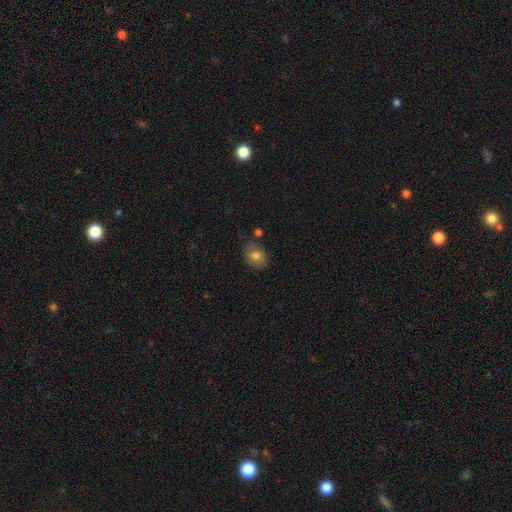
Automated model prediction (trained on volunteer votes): This is clearly a smooth galaxy (81%). How rounded: possibly in between (58%). Merging: likely none (75%).